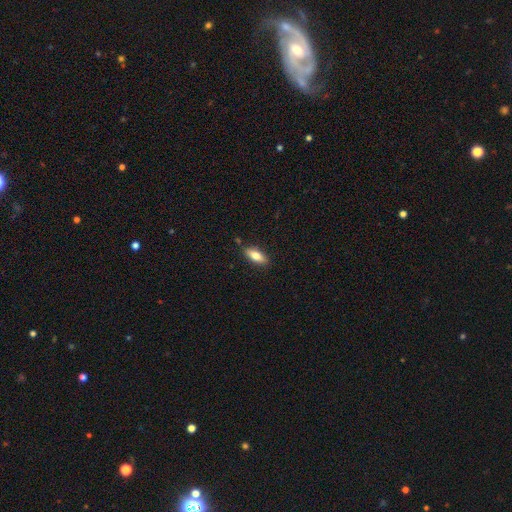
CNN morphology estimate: This is likely a smooth galaxy (74%). How rounded: likely in between (73%). Merging: clearly none (84%).